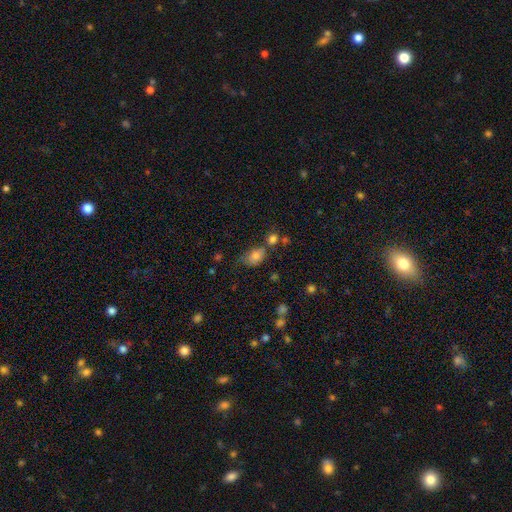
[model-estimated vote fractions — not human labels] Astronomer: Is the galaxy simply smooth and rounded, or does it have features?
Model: smooth — 79%.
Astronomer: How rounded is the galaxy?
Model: in between — 81%.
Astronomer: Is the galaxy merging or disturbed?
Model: none — 50% (runner-up: minor disturbance, 25%).